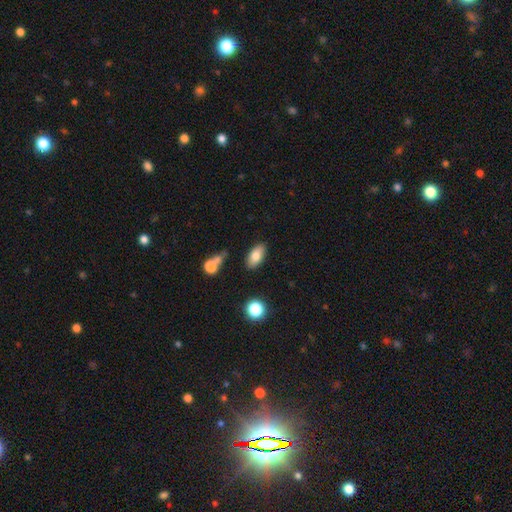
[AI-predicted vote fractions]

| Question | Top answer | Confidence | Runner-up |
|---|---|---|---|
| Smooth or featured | smooth | 79% | featured or disk (12%) |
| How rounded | in between | 90% | cigar-shaped (6%) |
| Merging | none | 83% | minor disturbance (11%) |